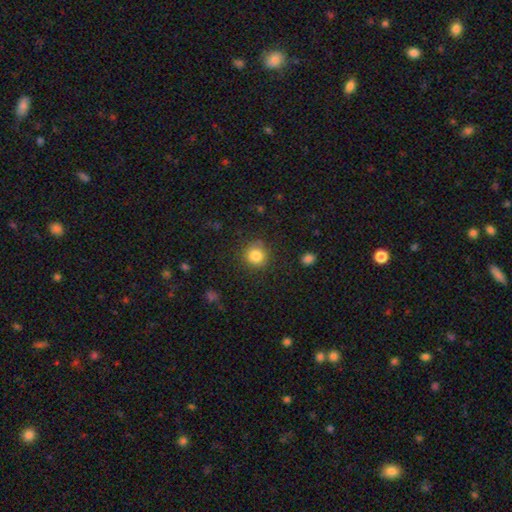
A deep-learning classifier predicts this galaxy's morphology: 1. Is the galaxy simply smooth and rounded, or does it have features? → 83% smooth, 10% star or artifact, 7% featured or disk.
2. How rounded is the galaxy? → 89% round, 10% in between, 1% cigar-shaped.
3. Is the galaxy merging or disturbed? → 80% none, 14% minor disturbance, 5% major disturbance, 1% merger.